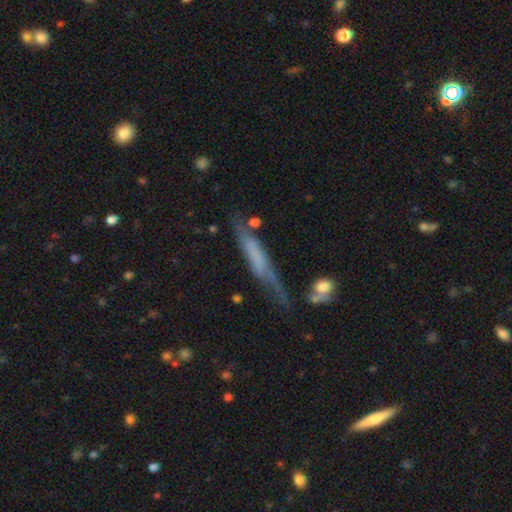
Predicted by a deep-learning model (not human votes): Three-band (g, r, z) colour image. It shows a featured or disk galaxy (53%) viewed edge-on (74%). Merging: none (49%).